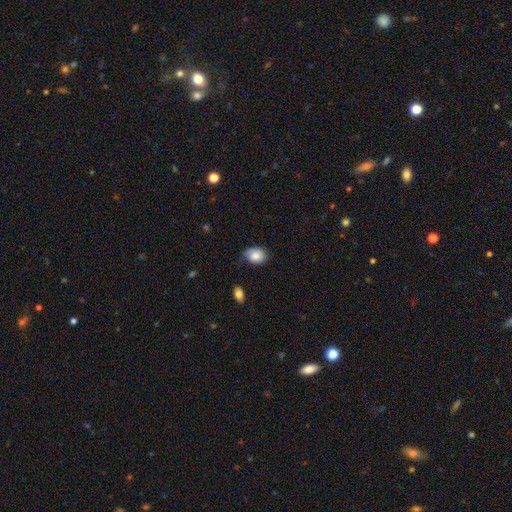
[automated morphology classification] smooth_or_featured: smooth (p=0.80) [alt: featured or disk p=0.12]
how_rounded: in between (p=0.74) [alt: round p=0.25]
merging: none (p=0.65) [alt: minor disturbance p=0.27]